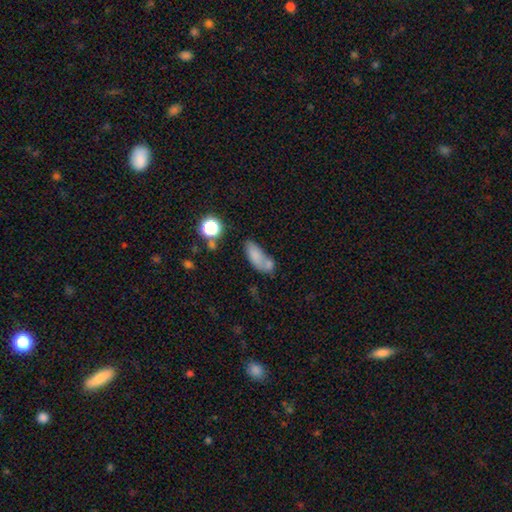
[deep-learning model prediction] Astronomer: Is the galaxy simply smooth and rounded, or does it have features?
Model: smooth — 74%.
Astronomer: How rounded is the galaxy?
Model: in between — 78%.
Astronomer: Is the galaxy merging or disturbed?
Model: none — 38% (runner-up: merger, 34%).